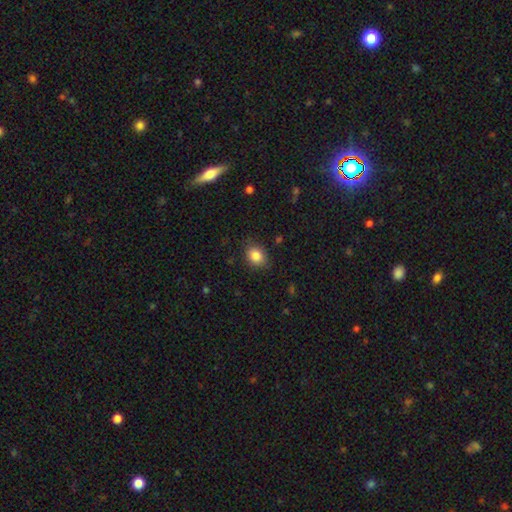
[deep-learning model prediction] smooth 84%, star or artifact 10%, featured or disk 6%. Down the decision tree: how rounded — in between (51%); merging — none (83%).